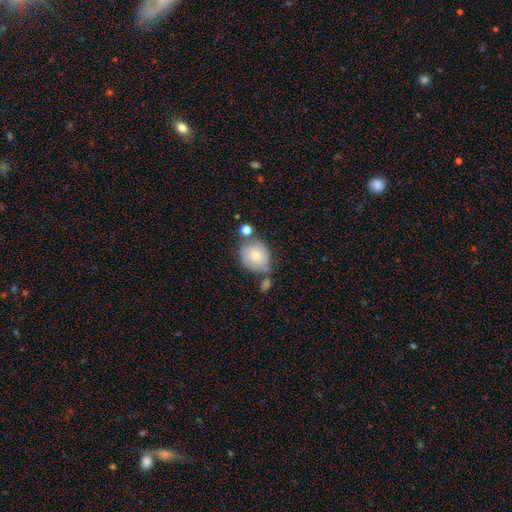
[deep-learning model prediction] A smooth galaxy with no disk features (60%) that is round (63%). Merging: none (50%).